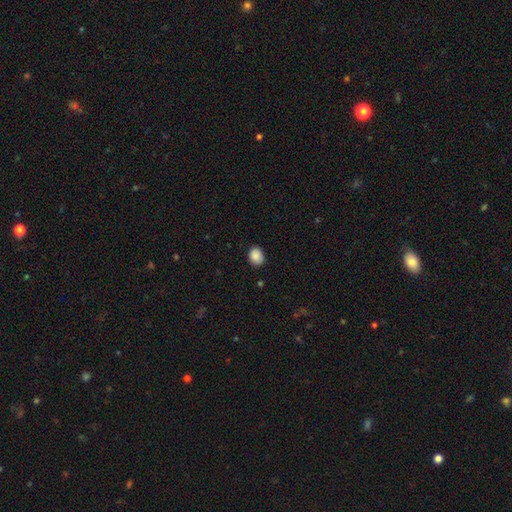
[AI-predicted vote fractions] A smooth galaxy with no disk features (89%) that is in between round and cigar-shaped (54%).

Vote fractions:
- Smooth or featured? smooth: 89% / star or artifact: 8% / featured or disk: 3%
- How rounded? in between: 54% / round: 45% / cigar-shaped: 1%
- Merging? none: 86% / minor disturbance: 11% / major disturbance: 2% / merger: 1%